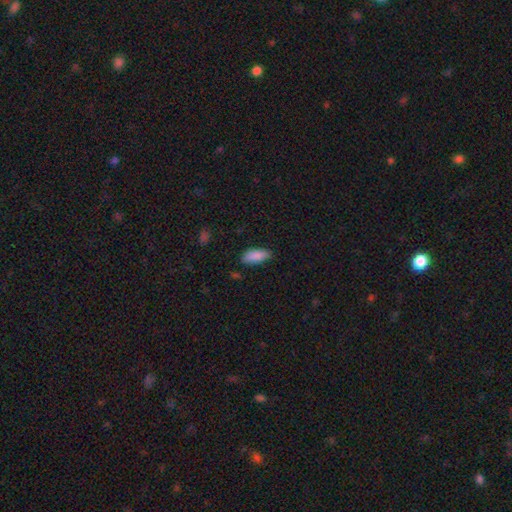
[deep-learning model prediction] This appears to be a smooth galaxy with no disk features (88%) that is in between round and cigar-shaped (82%). Merging: none (80%).